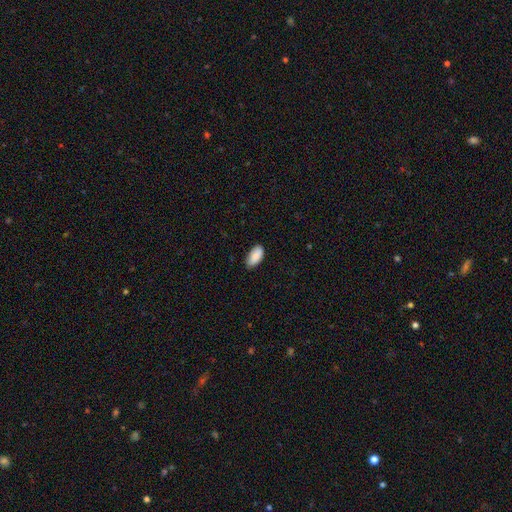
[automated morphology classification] Q: Smooth or featured?
A: smooth (89%); runner-up: star or artifact (6%)
Q: How rounded?
A: in between (94%); runner-up: cigar-shaped (4%)
Q: Merging?
A: none (78%); runner-up: minor disturbance (19%)